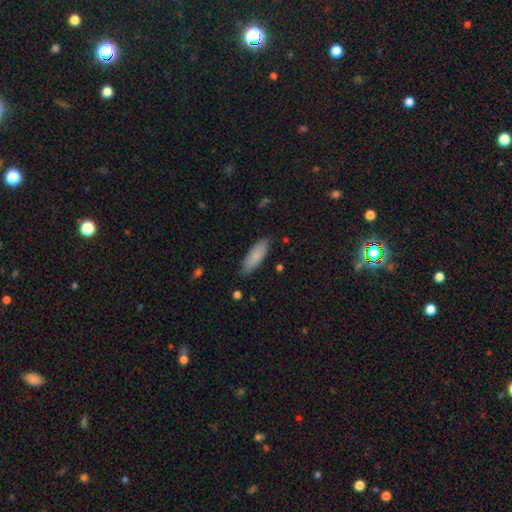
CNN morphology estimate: Smooth or featured? smooth (83%)
How rounded? in between (59%)
Merging? none (85%)